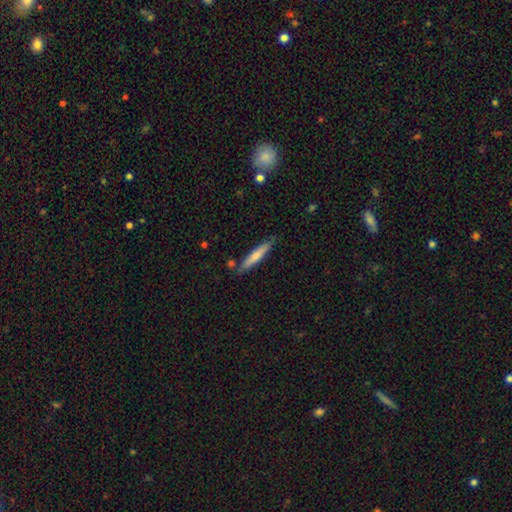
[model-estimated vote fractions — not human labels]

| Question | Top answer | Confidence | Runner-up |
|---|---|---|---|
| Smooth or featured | smooth | 66% | featured or disk (28%) |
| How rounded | cigar-shaped | 92% | in between (7%) |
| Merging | none | 82% | minor disturbance (12%) |